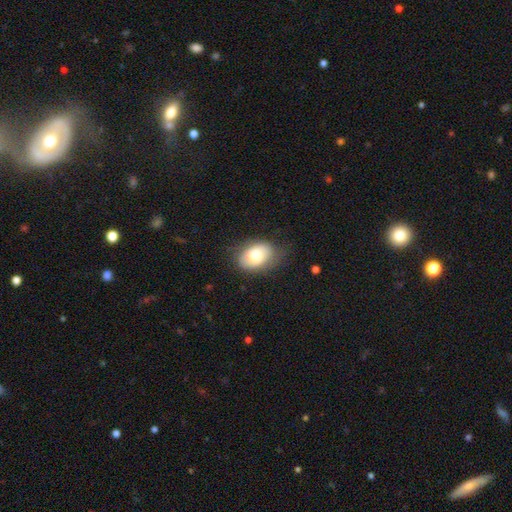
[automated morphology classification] smooth-or-featured: smooth: 73% | featured or disk: 20% | star or artifact: 8%
  how-rounded: in between: 81% | round: 18% | cigar-shaped: 1%
  merging: none: 70% | minor disturbance: 23% | major disturbance: 6% | merger: 1%